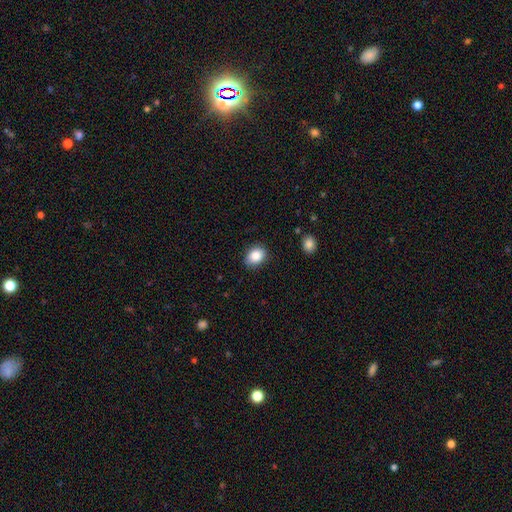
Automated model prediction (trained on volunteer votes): smooth 86%, star or artifact 9%, featured or disk 6%. Down the decision tree: how rounded — in between (62%); merging — none (86%).